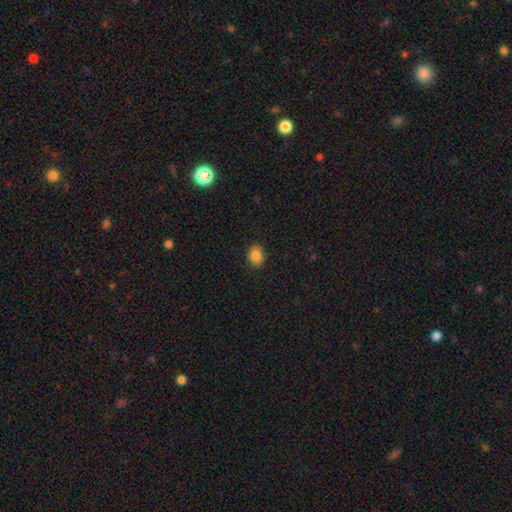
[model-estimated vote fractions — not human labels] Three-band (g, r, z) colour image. It shows a smooth galaxy with no disk features (87%) that is in between round and cigar-shaped (71%). Merging: none (89%).